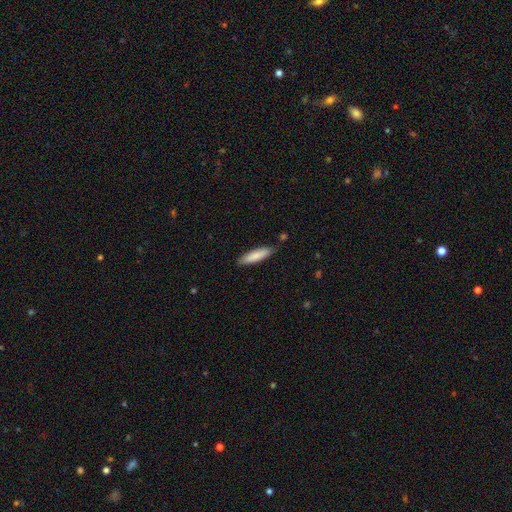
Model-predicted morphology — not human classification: Smooth or featured? Predicted: smooth (p=0.82). How rounded? Predicted: cigar-shaped (p=0.72). Merging? Predicted: none (p=0.84).